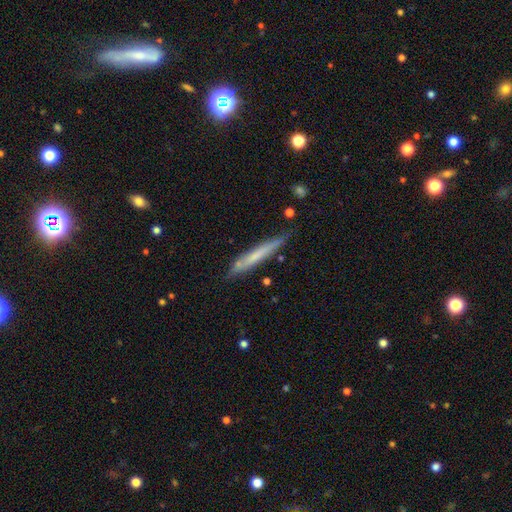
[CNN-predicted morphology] A smooth galaxy with no disk features (56%) that is cigar-shaped (95%).

Vote fractions:
- Smooth or featured? smooth: 56% / featured or disk: 38% / star or artifact: 6%
- How rounded? cigar-shaped: 95% / in between: 3% / round: 1%
- Merging? none: 79% / minor disturbance: 16% / major disturbance: 3% / merger: 2%